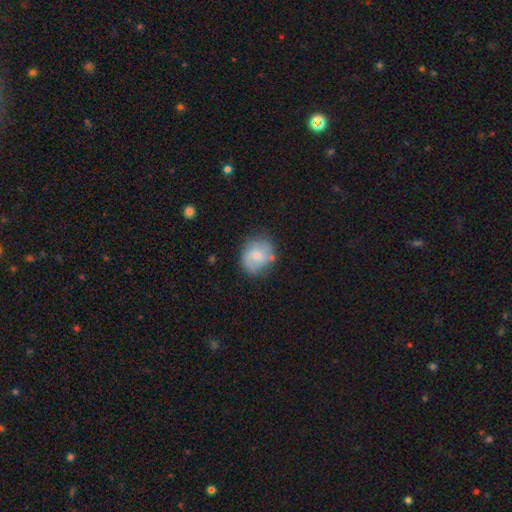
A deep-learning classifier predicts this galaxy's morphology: smooth 52%, featured or disk 40%, star or artifact 7%. Down the decision tree: how rounded — round (72%); merging — none (67%).